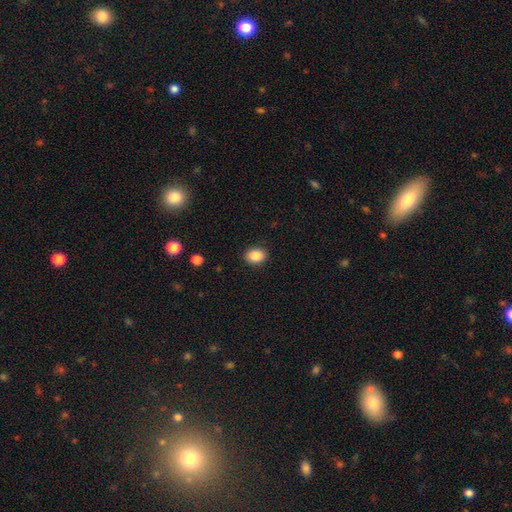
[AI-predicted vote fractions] This is clearly a smooth galaxy (87%). How rounded: likely in between (67%). Merging: clearly none (89%).